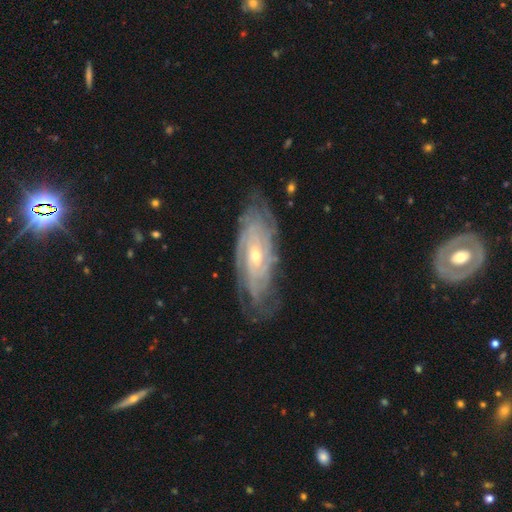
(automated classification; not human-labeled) Morphology: type=featured or disk (85%); edge-on=no (91%); bar=no (57%); spiral arms=yes (94%); winding=tight (76%); arm count=can't tell (48%); bulge=small (62%); merging=none (69%).